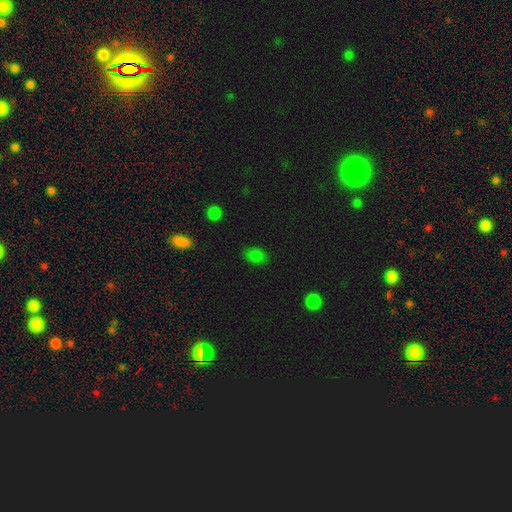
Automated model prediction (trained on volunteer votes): smooth 78%, star or artifact 17%, featured or disk 5%. Down the decision tree: how rounded — in between (82%); merging — none (82%).